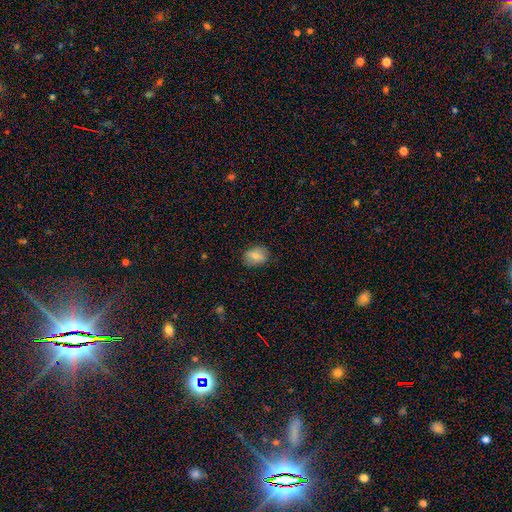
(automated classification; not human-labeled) smooth_or_featured: smooth (p=0.73) [alt: featured or disk p=0.18]
how_rounded: in between (p=0.74) [alt: round p=0.25]
merging: none (p=0.81) [alt: minor disturbance p=0.15]